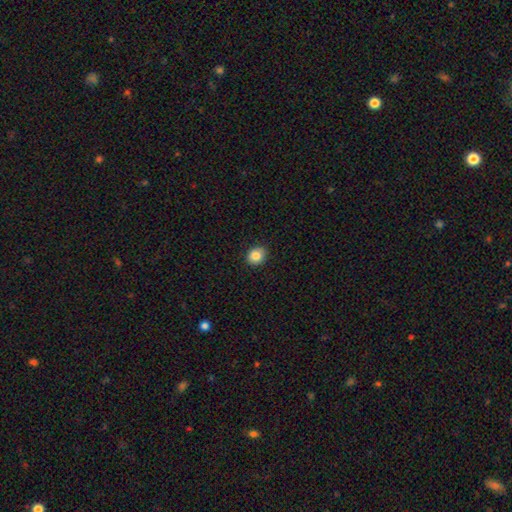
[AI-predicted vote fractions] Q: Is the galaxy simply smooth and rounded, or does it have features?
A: smooth — 85%.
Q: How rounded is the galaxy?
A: round — 64%.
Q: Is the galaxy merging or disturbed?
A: none — 89%.